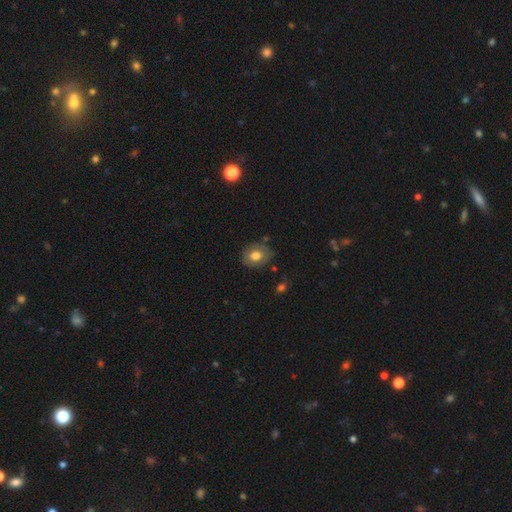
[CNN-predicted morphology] Smooth or featured: smooth — 72% (featured or disk — 20%)
How rounded: round — 58% (in between — 41%)
Merging: none — 79% (minor disturbance — 15%)